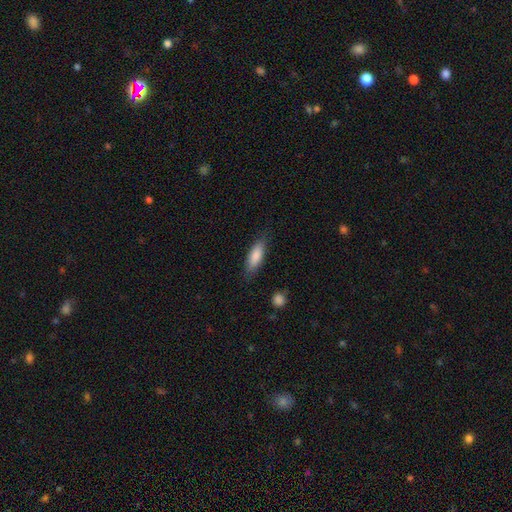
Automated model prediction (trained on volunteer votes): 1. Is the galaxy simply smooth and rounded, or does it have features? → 84% smooth, 10% featured or disk, 6% star or artifact.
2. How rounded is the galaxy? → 56% in between, 42% cigar-shaped, 2% round.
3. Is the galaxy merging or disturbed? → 81% none, 14% minor disturbance, 3% major disturbance, 2% merger.